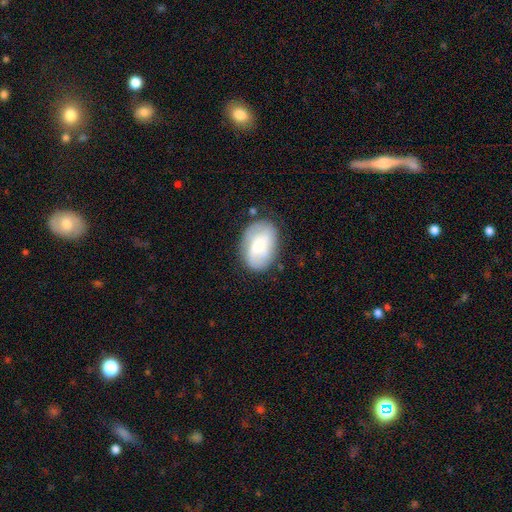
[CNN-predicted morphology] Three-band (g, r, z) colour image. It shows a smooth galaxy with no disk features (50%) that is in between round and cigar-shaped (80%). Merging: none (70%).